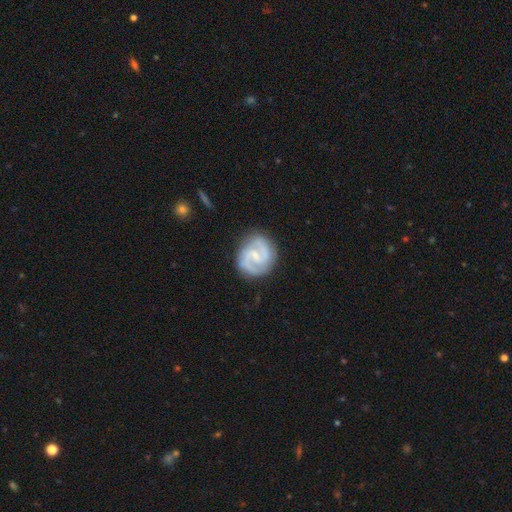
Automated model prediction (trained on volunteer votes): Smooth or featured? Predicted: featured or disk (p=0.87). Edge-on disk? Predicted: no (p=0.98). Bar? Predicted: weak (p=0.56). Spiral arms? Predicted: yes (p=0.97). Spiral winding? Predicted: medium (p=0.53). Spiral arm count? Predicted: 2 (p=0.90). Bulge size? Predicted: small (p=0.61). Merging? Predicted: none (p=0.81).